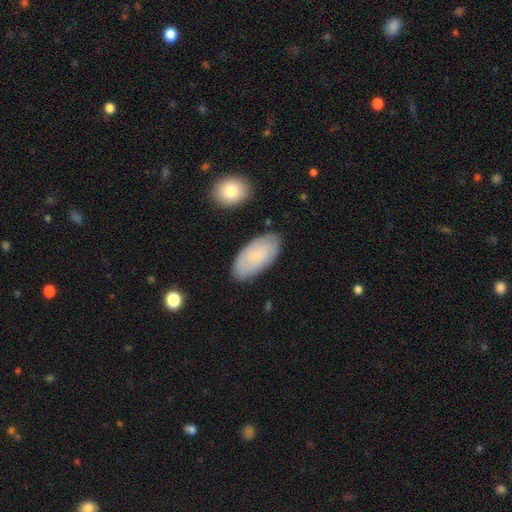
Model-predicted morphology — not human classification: Smooth or featured? smooth (75%)
How rounded? in between (94%)
Merging? none (80%)